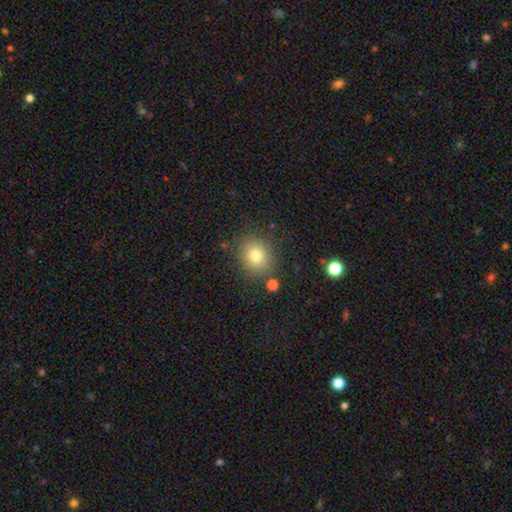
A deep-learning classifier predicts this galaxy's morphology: A smooth galaxy with no disk features (77%) that is round (79%). Merging: none (84%).